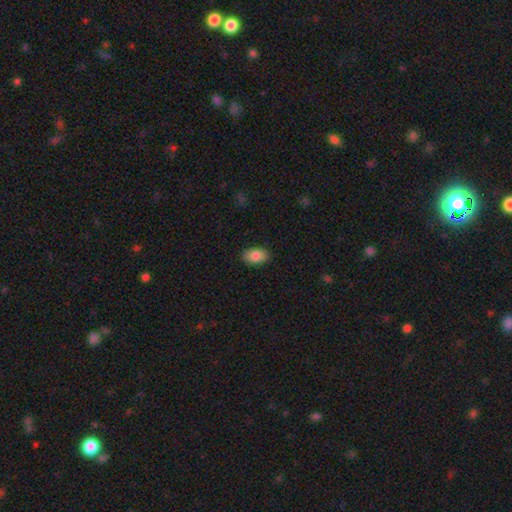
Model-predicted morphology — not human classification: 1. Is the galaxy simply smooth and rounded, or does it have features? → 84% smooth, 8% featured or disk, 7% star or artifact.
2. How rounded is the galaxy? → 92% in between, 6% round, 2% cigar-shaped.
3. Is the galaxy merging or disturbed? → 89% none, 9% minor disturbance, 2% major disturbance, 1% merger.